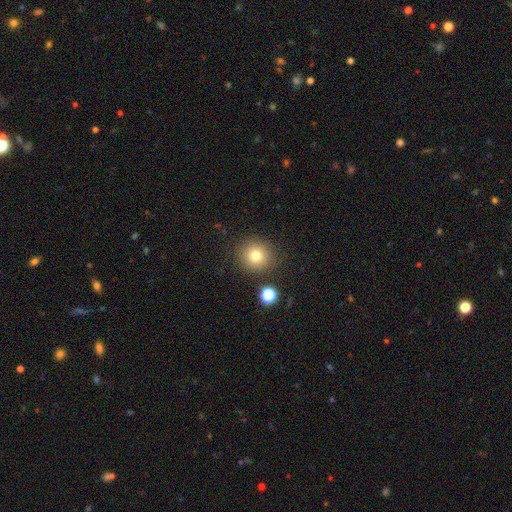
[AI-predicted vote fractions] Q: Smooth or featured?
A: smooth (78%); runner-up: star or artifact (13%)
Q: How rounded?
A: round (90%); runner-up: in between (9%)
Q: Merging?
A: none (85%); runner-up: minor disturbance (8%)